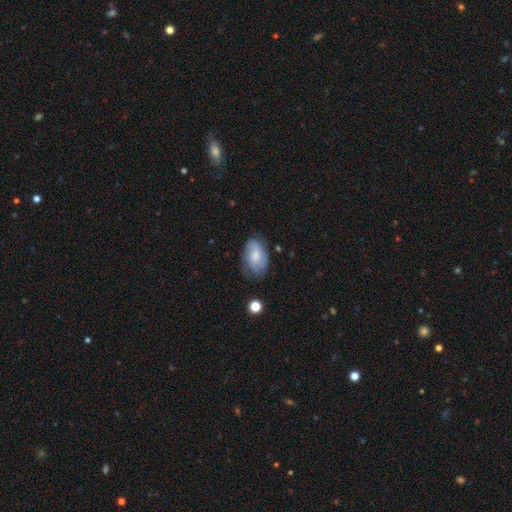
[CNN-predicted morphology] This appears to be a smooth galaxy with no disk features (57%) that is in between round and cigar-shaped (89%). Merging: none (62%).